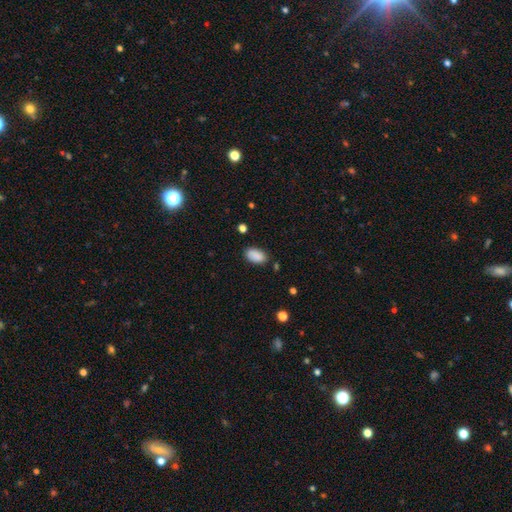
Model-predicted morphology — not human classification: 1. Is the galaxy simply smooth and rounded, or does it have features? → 89% smooth, 7% star or artifact, 4% featured or disk.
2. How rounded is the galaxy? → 94% in between, 4% round, 2% cigar-shaped.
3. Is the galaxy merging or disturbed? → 82% none, 13% minor disturbance, 3% major disturbance, 2% merger.